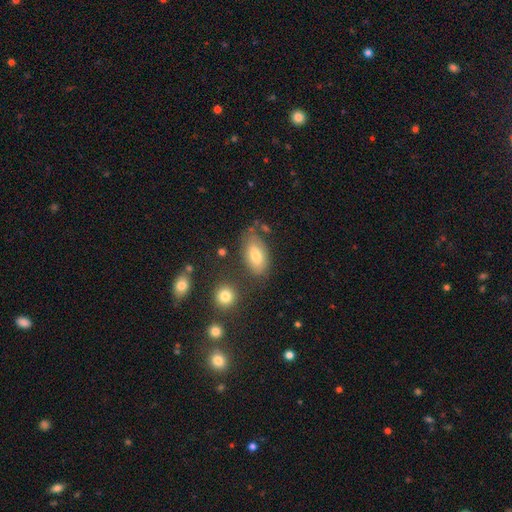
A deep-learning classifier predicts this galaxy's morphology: type=smooth (70%); roundness=in between (91%); merging=none (66%).